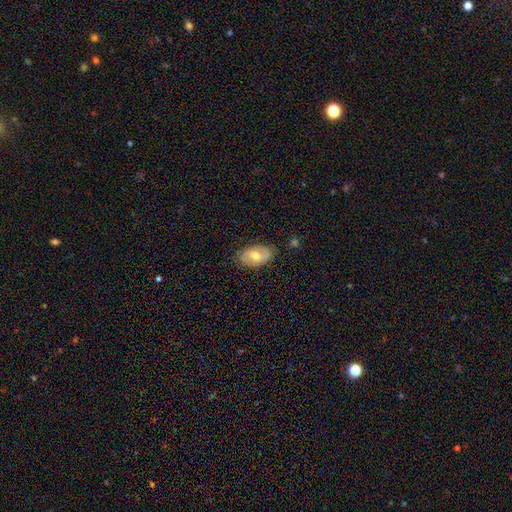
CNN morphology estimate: Smooth or featured? smooth (51%)
How rounded? in between (92%)
Merging? none (79%)